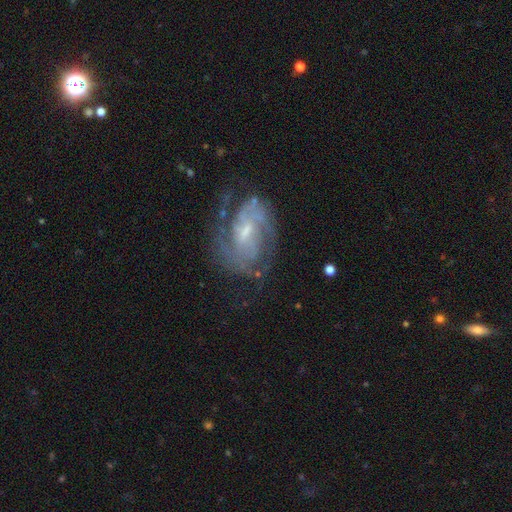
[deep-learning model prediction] Smooth or featured?
  - featured or disk: 79% *
  - star or artifact: 12%
  - smooth: 9%
Edge-on disk?
  - no: 97% *
  - yes: 3%
Bar?
  - no: 46% *
  - weak: 42%
  - strong: 12%
Spiral arms?
  - yes: 94% *
  - no: 6%
Spiral winding?
  - tight: 49% *
  - medium: 40%
  - loose: 11%
Spiral arm count?
  - 2: 42% *
  - can't tell: 27%
  - 3: 15%
  - 4: 6%
  - 1: 6%
  - more than 4: 5%
Bulge size?
  - small: 52% *
  - moderate: 40%
  - none: 4%
  - large: 3%
  - dominant: 1%
Merging?
  - none: 71% *
  - minor disturbance: 17%
  - major disturbance: 10%
  - merger: 2%